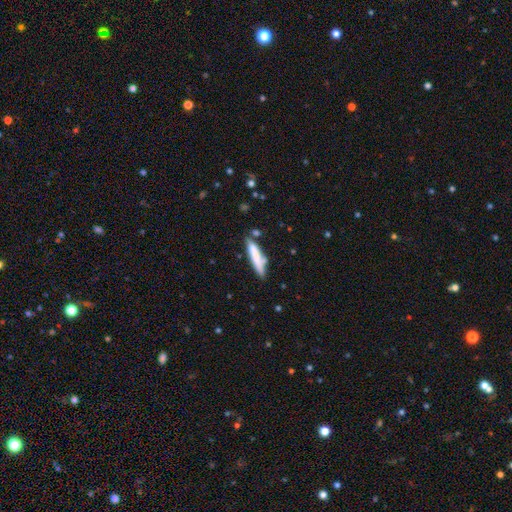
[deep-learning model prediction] smooth_or_featured: smooth (p=0.72) [alt: featured or disk p=0.22]
how_rounded: cigar-shaped (p=0.83) [alt: in between p=0.16]
merging: none (p=0.60) [alt: minor disturbance p=0.22]